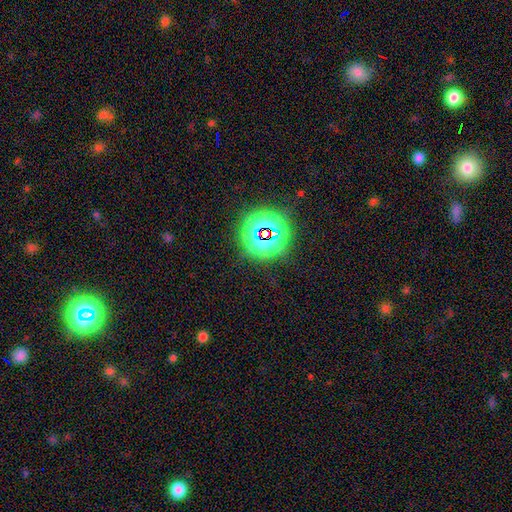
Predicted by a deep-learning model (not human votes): smooth_or_featured: star or artifact (p=0.79) [alt: smooth p=0.14]